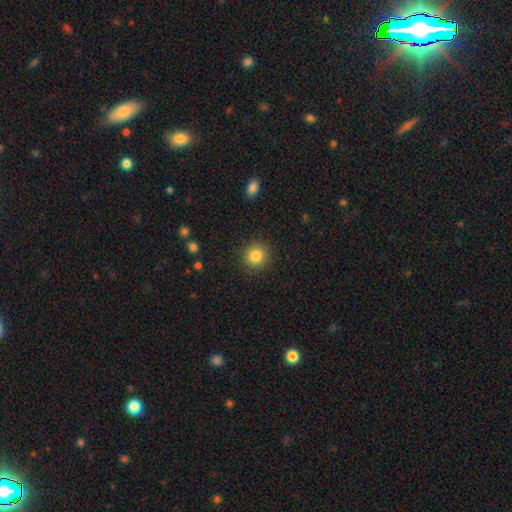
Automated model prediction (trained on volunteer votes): smooth_or_featured: smooth (p=0.83) [alt: star or artifact p=0.10]
how_rounded: round (p=0.92) [alt: in between p=0.07]
merging: none (p=0.90) [alt: minor disturbance p=0.06]